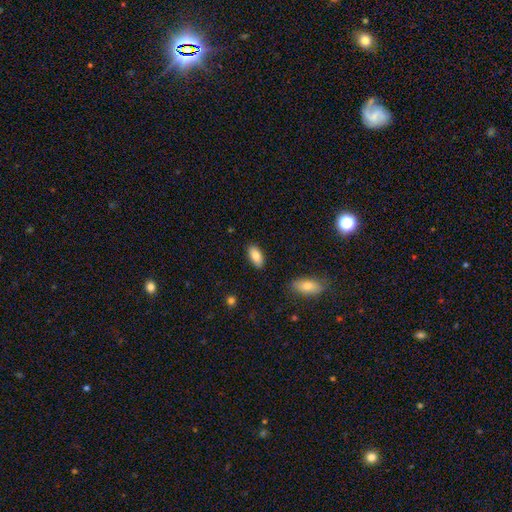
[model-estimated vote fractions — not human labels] Morphology: type=smooth (83%); roundness=in between (90%); merging=none (87%).